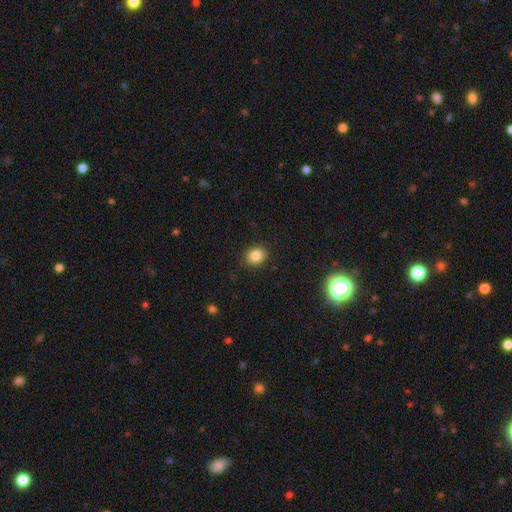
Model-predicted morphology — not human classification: Smooth or featured? Predicted: smooth (p=0.84). How rounded? Predicted: round (p=0.55). Merging? Predicted: none (p=0.89).